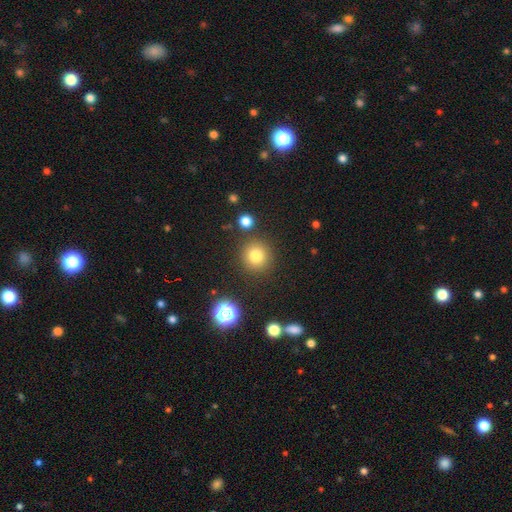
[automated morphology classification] This is likely a smooth galaxy (79%). How rounded: clearly round (93%). Merging: clearly none (87%).